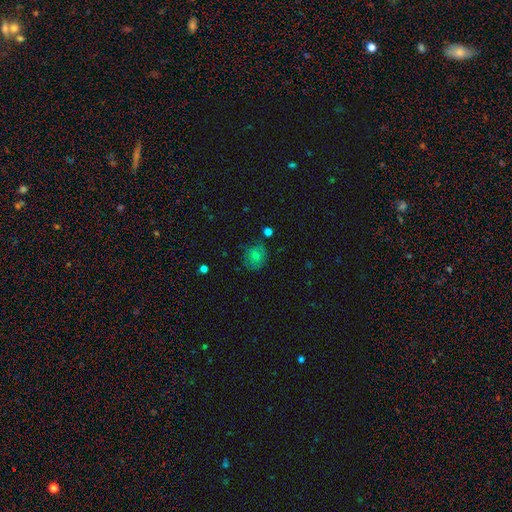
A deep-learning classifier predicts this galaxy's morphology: smooth_or_featured: smooth (p=0.61) [alt: featured or disk p=0.21]
how_rounded: round (p=0.75) [alt: in between p=0.24]
merging: none (p=0.75) [alt: minor disturbance p=0.17]